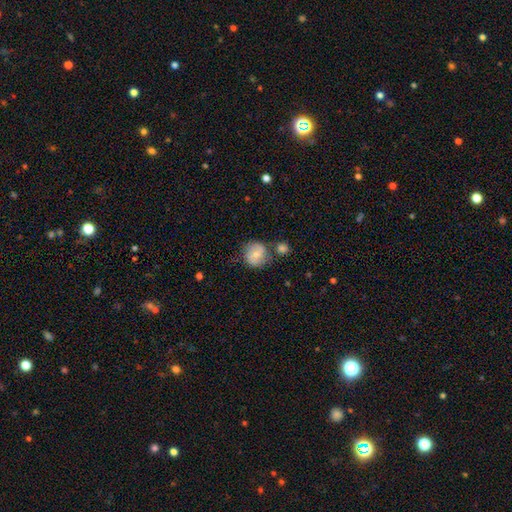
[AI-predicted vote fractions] A smooth galaxy with no disk features (57%) that is round (85%). Merging: none (64%).